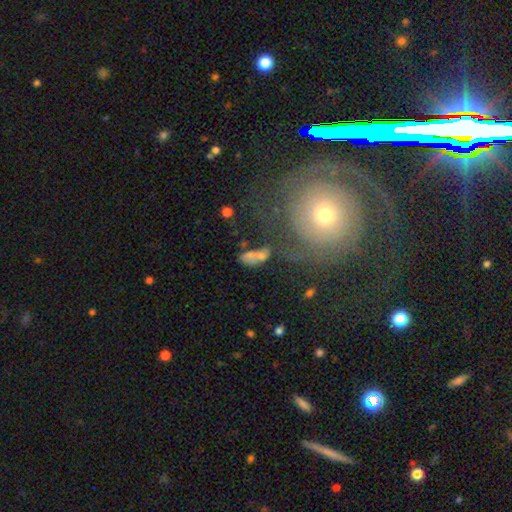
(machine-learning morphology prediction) This appears to be a smooth galaxy with no disk features (61%) that is in between round and cigar-shaped (81%). Merging: none (34%).